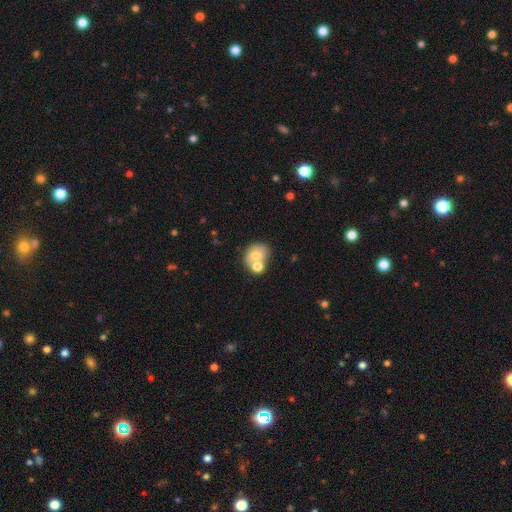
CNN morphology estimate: The model was most divided on "merging": merger: 47%, none: 36%, minor disturbance: 12%, major disturbance: 5%. More confident: smooth or featured — smooth (64%); how rounded — round (58%).